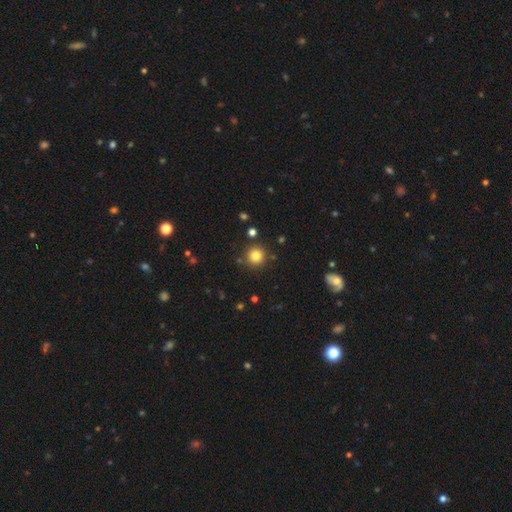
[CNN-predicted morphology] smooth_or_featured: smooth (p=0.82) [alt: star or artifact p=0.12]
how_rounded: round (p=0.94) [alt: in between p=0.05]
merging: none (p=0.87) [alt: minor disturbance p=0.07]